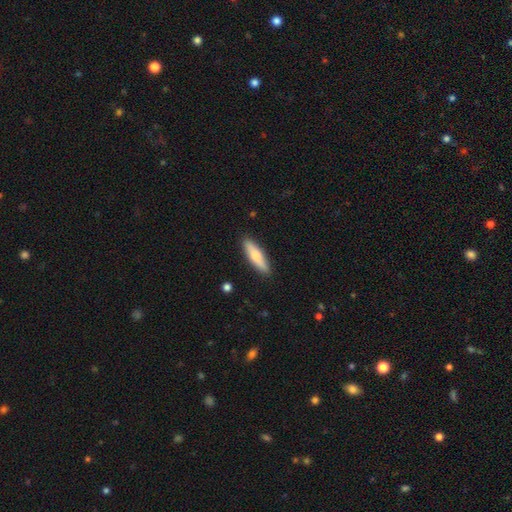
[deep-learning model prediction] This appears to be a smooth galaxy with no disk features (65%) that is cigar-shaped (69%). Merging: none (89%).